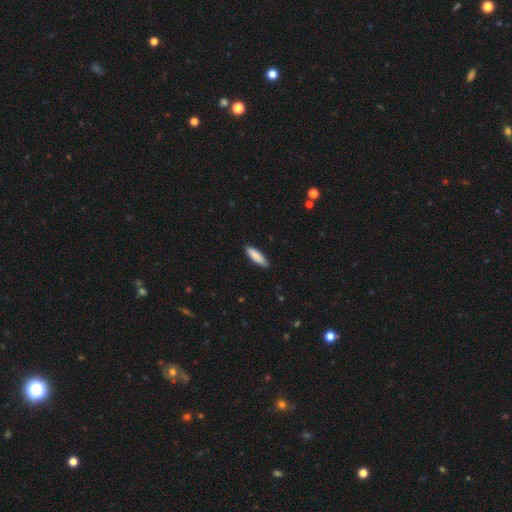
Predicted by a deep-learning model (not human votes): Smooth or featured?
  - smooth: 87% *
  - featured or disk: 8%
  - star or artifact: 5%
How rounded?
  - cigar-shaped: 60% *
  - in between: 38%
  - round: 1%
Merging?
  - none: 88% *
  - minor disturbance: 10%
  - major disturbance: 2%
  - merger: 1%